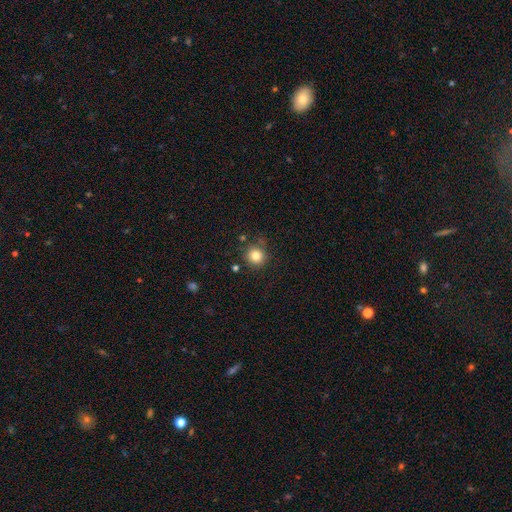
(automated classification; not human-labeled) A smooth galaxy with no disk features (82%) that is round (92%). Merging: none (82%).